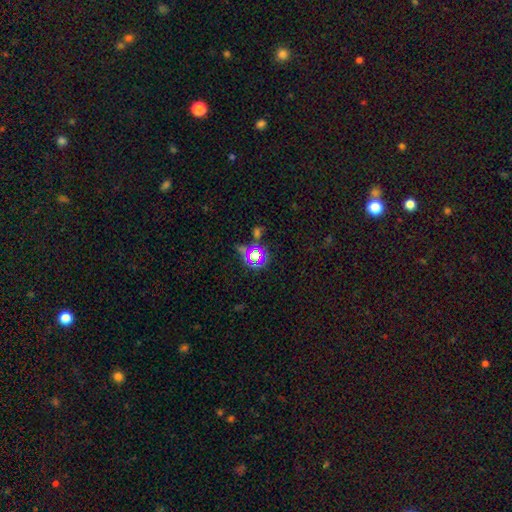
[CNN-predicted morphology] A star or artifact, not a galaxy (60%).

Vote fractions:
- Smooth or featured? star or artifact: 60% / smooth: 29% / featured or disk: 11%